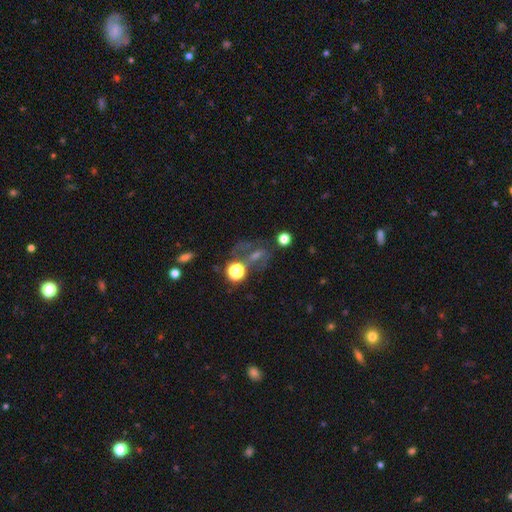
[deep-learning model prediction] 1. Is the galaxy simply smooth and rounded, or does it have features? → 39% star or artifact, 33% featured or disk, 28% smooth.